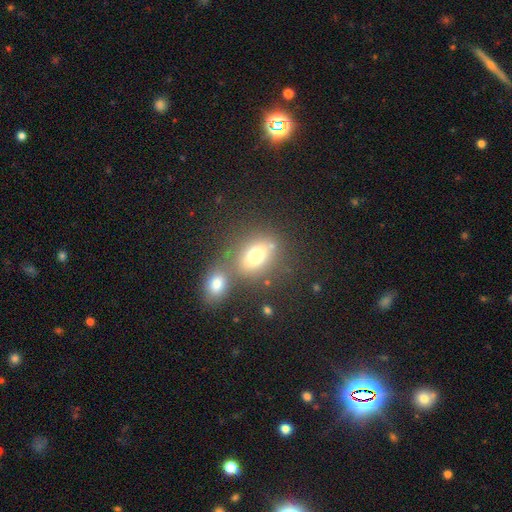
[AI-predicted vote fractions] Smooth or featured: smooth — 72% (featured or disk — 16%)
How rounded: in between — 73% (round — 24%)
Merging: none — 48% (merger — 37%)